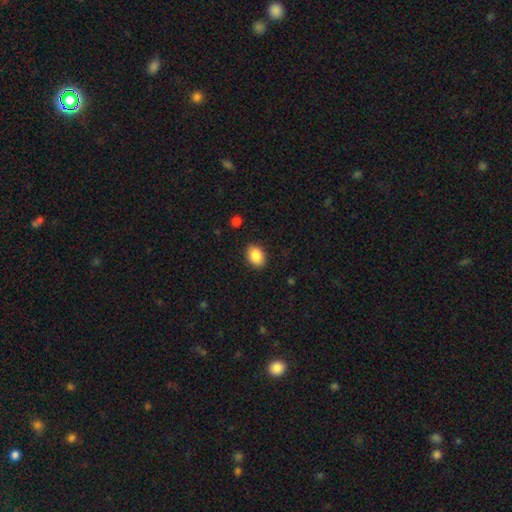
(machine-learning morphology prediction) smooth 88%, star or artifact 8%, featured or disk 5%. Down the decision tree: how rounded — in between (75%); merging — none (88%).